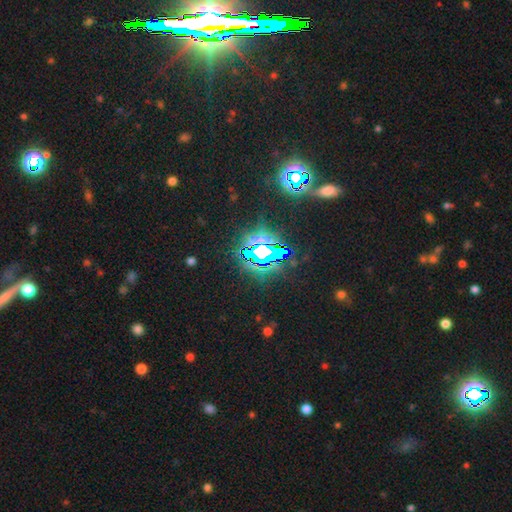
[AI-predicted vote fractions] Smooth or featured: star or artifact — 80% (smooth — 11%)